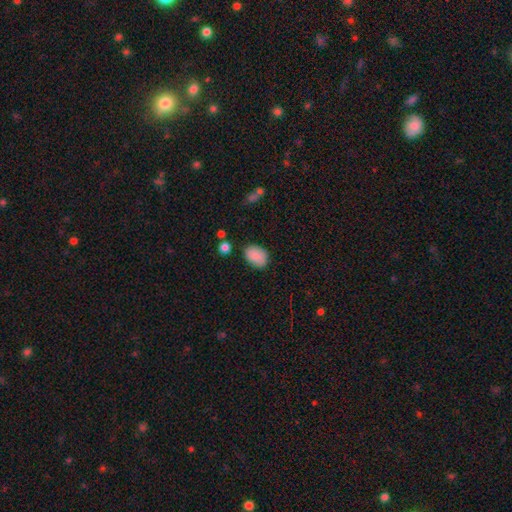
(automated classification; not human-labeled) This appears to be a smooth galaxy with no disk features (88%) that is in between round and cigar-shaped (83%). Merging: none (78%).